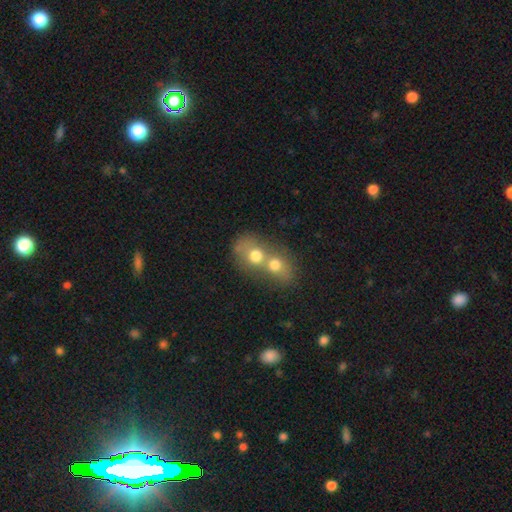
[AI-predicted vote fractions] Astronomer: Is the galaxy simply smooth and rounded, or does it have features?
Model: smooth — 65%.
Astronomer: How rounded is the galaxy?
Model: round — 60% (runner-up: in between, 39%).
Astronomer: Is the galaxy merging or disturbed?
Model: merger — 75%.